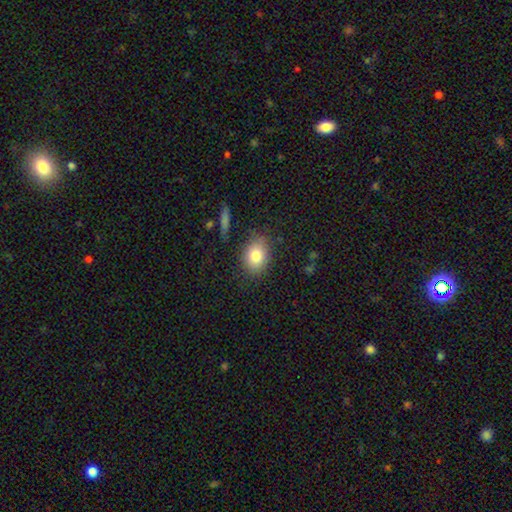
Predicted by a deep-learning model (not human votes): This appears to be a smooth galaxy with no disk features (80%) that is in between round and cigar-shaped (62%). Merging: none (81%).